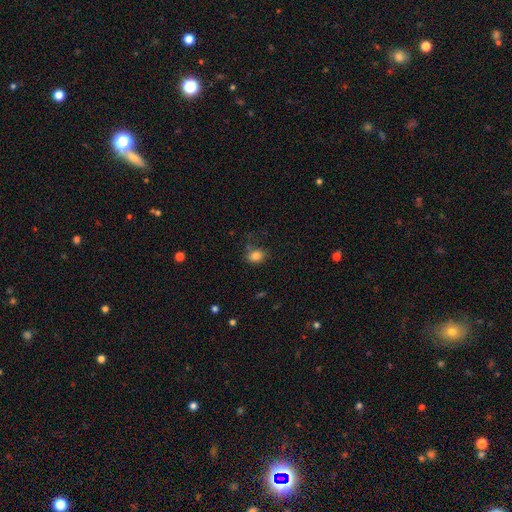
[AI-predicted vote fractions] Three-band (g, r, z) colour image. It shows a smooth galaxy with no disk features (83%) that is in between round and cigar-shaped (57%). Merging: none (68%).